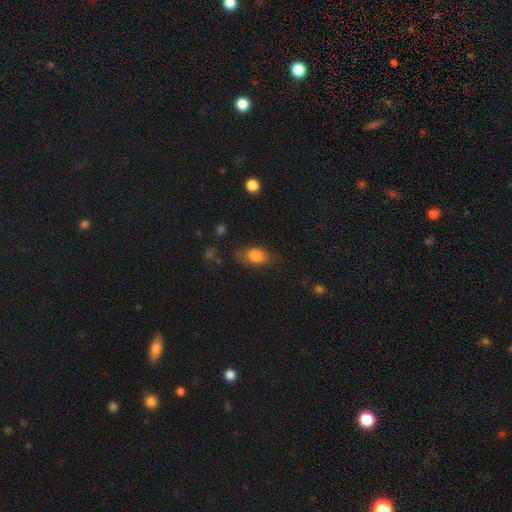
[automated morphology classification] smooth_or_featured: smooth (p=0.82) [alt: featured or disk p=0.11]
how_rounded: in between (p=0.84) [alt: round p=0.13]
merging: none (p=0.71) [alt: minor disturbance p=0.20]